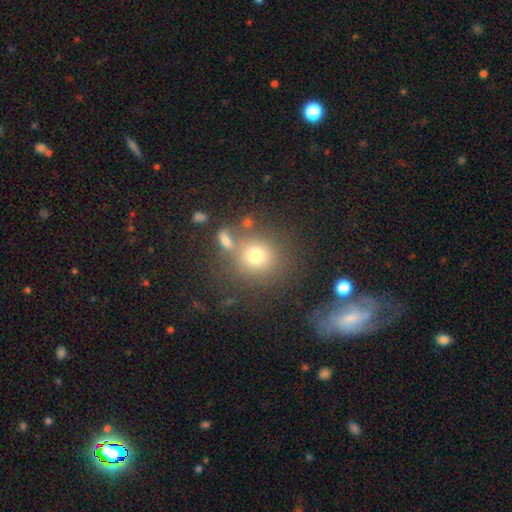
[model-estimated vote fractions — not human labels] Q: Smooth or featured?
A: smooth (73%); runner-up: star or artifact (15%)
Q: How rounded?
A: round (87%); runner-up: in between (12%)
Q: Merging?
A: none (68%); runner-up: merger (15%)